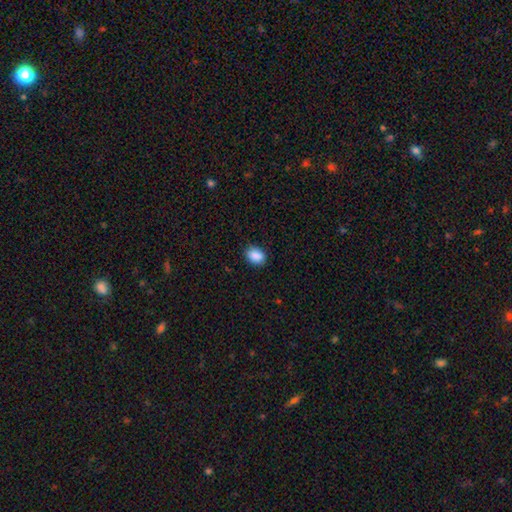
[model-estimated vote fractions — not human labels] smooth 89%, star or artifact 8%, featured or disk 3%. Down the decision tree: how rounded — in between (71%); merging — none (85%).